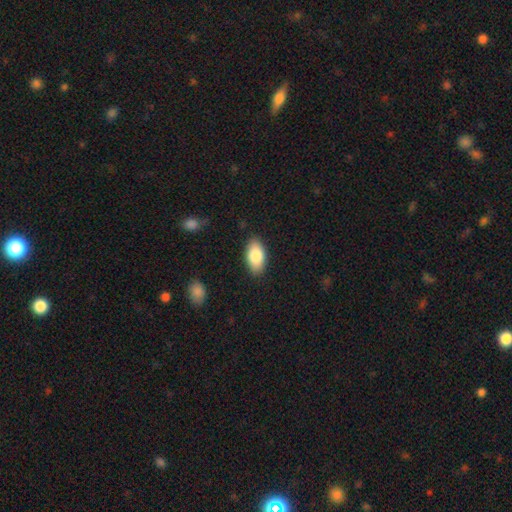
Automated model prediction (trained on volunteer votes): smooth_or_featured: smooth (p=0.84) [alt: featured or disk p=0.10]
how_rounded: in between (p=0.94) [alt: round p=0.03]
merging: none (p=0.87) [alt: minor disturbance p=0.10]